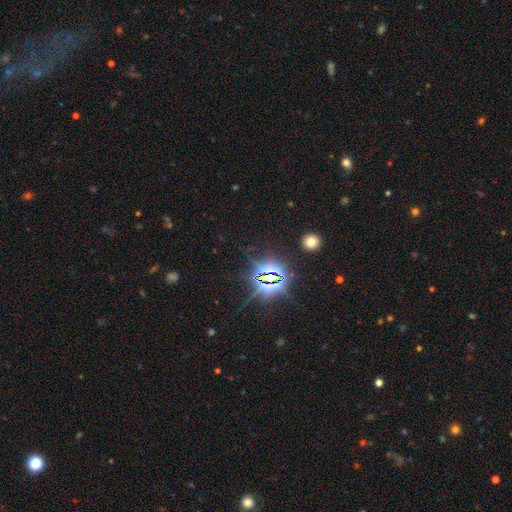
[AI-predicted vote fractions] Smooth or featured?
  - star or artifact: 83% *
  - smooth: 10%
  - featured or disk: 7%